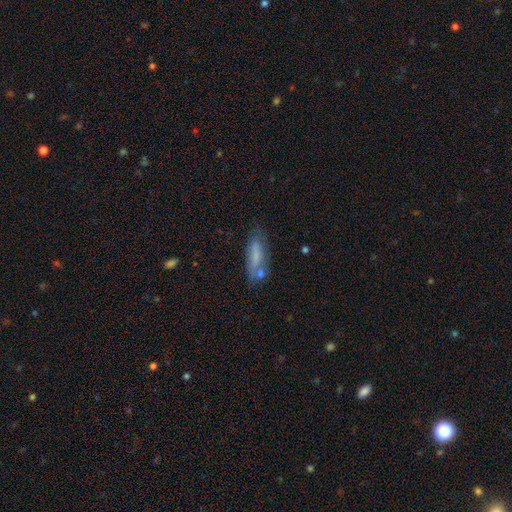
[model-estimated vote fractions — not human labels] The model was most divided on "how rounded": cigar-shaped: 54%, in between: 44%, round: 2%. More confident: smooth or featured — smooth (67%); merging — none (55%).